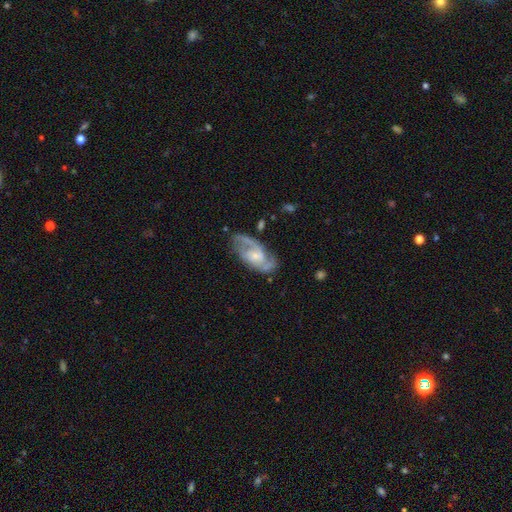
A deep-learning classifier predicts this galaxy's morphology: The model was most divided on "bar": no: 53%, weak: 38%, strong: 9%. More confident: edge-on disk — no (96%); spiral arms — yes (93%); smooth or featured — featured or disk (81%); spiral arm count — 2 (76%); merging — none (64%); spiral winding — medium (53%); bulge size — small (51%).